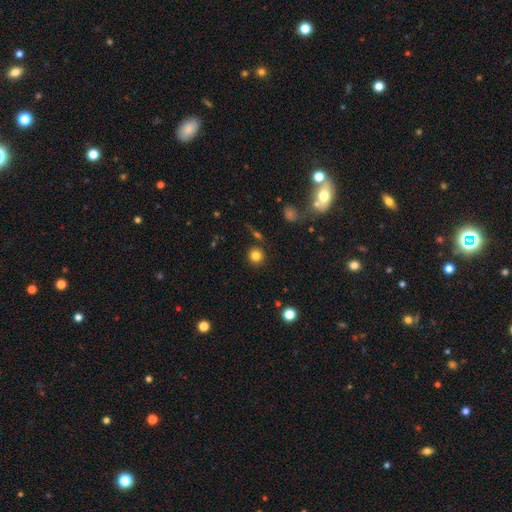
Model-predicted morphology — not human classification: Smooth or featured? smooth (82%)
How rounded? round (93%)
Merging? none (87%)